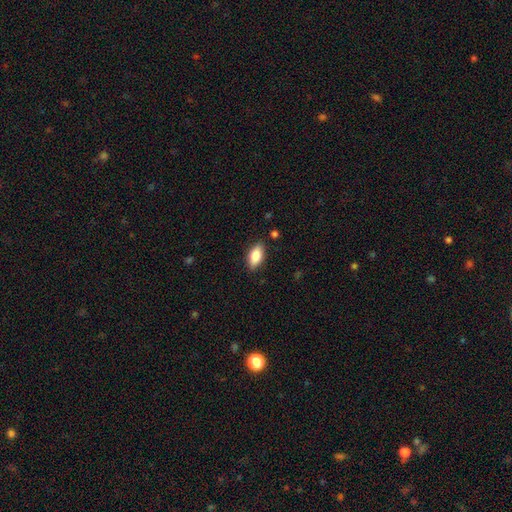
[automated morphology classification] Smooth or featured: smooth — 82% (featured or disk — 11%)
How rounded: in between — 90% (cigar-shaped — 7%)
Merging: none — 85% (minor disturbance — 11%)